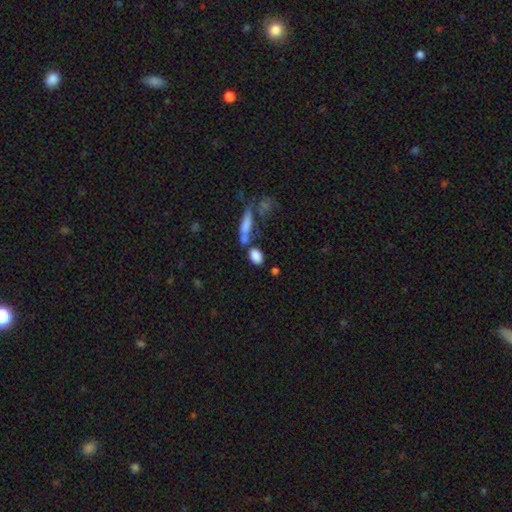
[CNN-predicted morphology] Smooth or featured: smooth — 84% (star or artifact — 9%)
How rounded: in between — 81% (round — 13%)
Merging: none — 53% (merger — 30%)